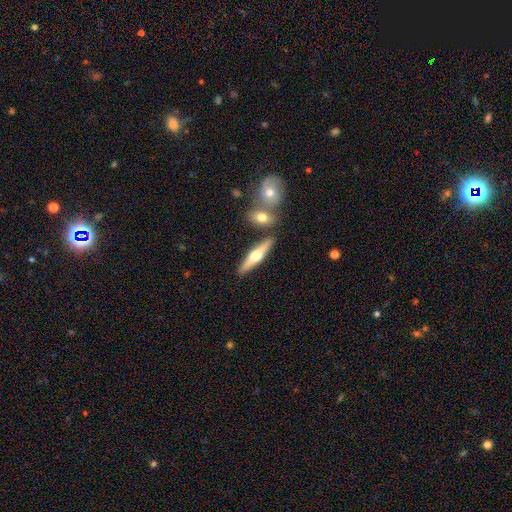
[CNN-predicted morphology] A featured or disk galaxy (57%) viewed edge-on (94%) with a rounded central bulge (94%). Merging: none (80%).